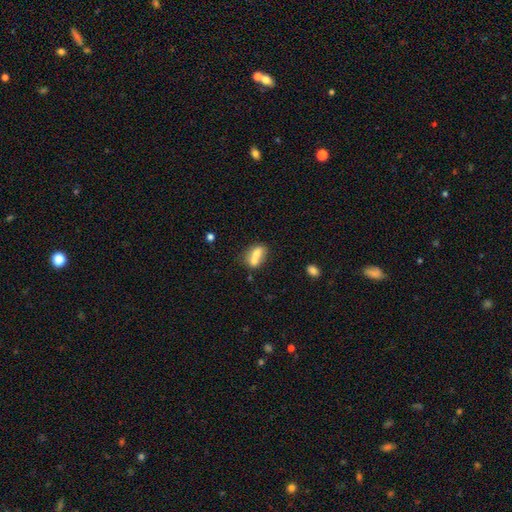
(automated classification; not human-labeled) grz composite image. It shows a smooth galaxy with no disk features (67%) that is in between round and cigar-shaped (66%). Merging: merger (63%).